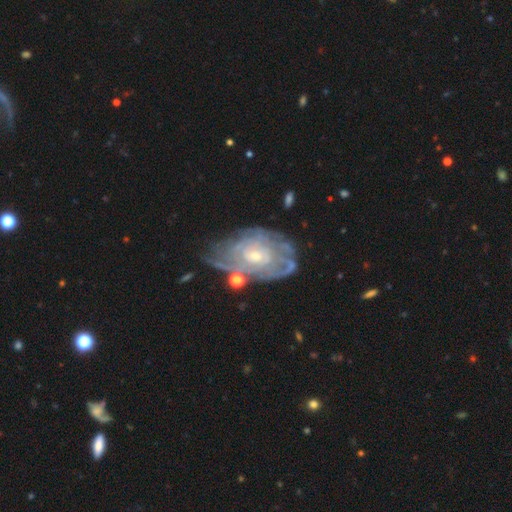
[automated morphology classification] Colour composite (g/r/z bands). It shows a featured or disk galaxy (79%) with no bar (71%), tight (67%) spiral arms (76%) and a small central bulge (66%). Merging: none (50%).